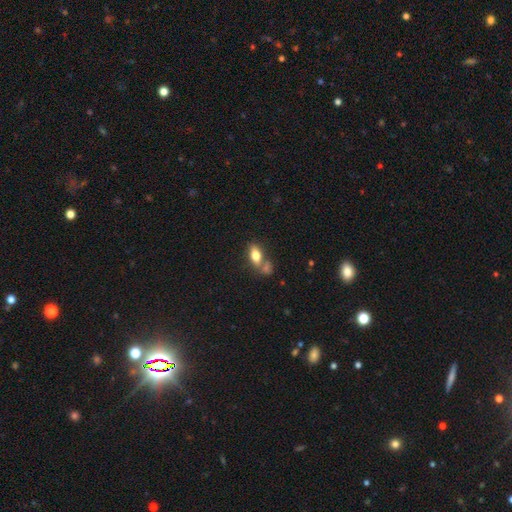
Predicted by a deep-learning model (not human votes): Morphology: type=smooth (74%); roundness=in between (84%); merging=none (48%).